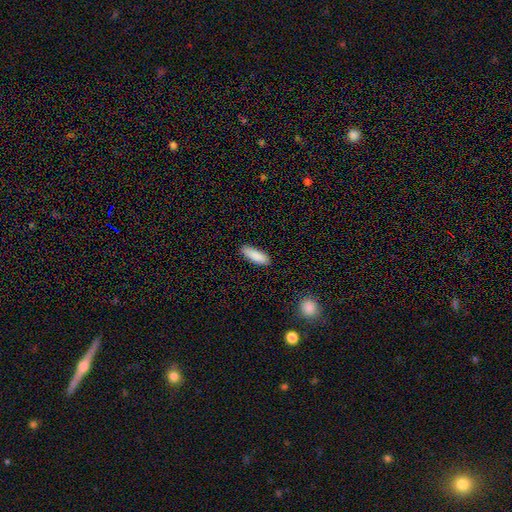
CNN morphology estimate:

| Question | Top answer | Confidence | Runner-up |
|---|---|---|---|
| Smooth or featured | smooth | 89% | star or artifact (6%) |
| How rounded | in between | 57% | cigar-shaped (42%) |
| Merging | none | 88% | minor disturbance (9%) |